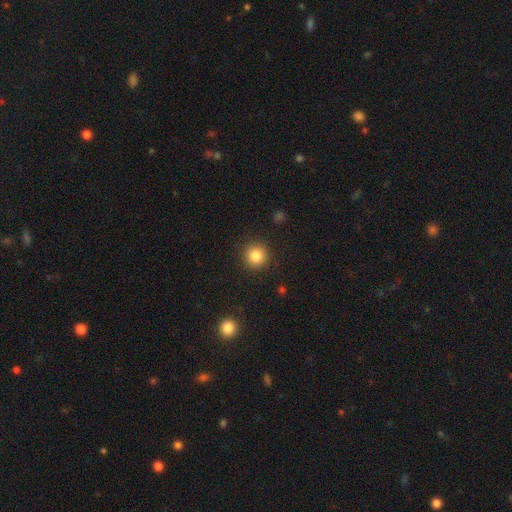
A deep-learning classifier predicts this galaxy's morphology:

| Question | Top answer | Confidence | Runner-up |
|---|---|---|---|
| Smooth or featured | smooth | 85% | star or artifact (10%) |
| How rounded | round | 94% | in between (5%) |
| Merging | none | 90% | minor disturbance (6%) |